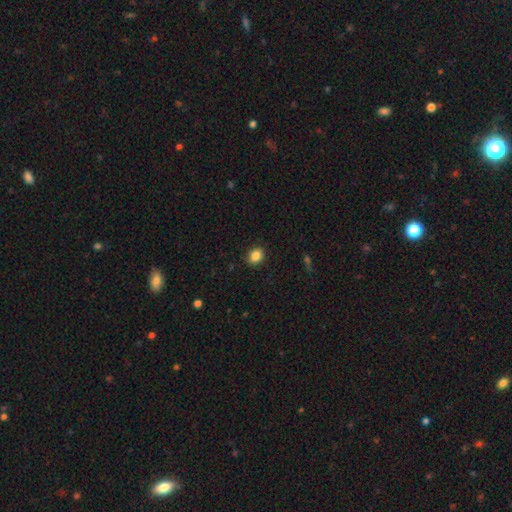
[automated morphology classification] smooth_or_featured: smooth (p=0.86) [alt: star or artifact p=0.09]
how_rounded: in between (p=0.55) [alt: round p=0.44]
merging: none (p=0.88) [alt: minor disturbance p=0.09]